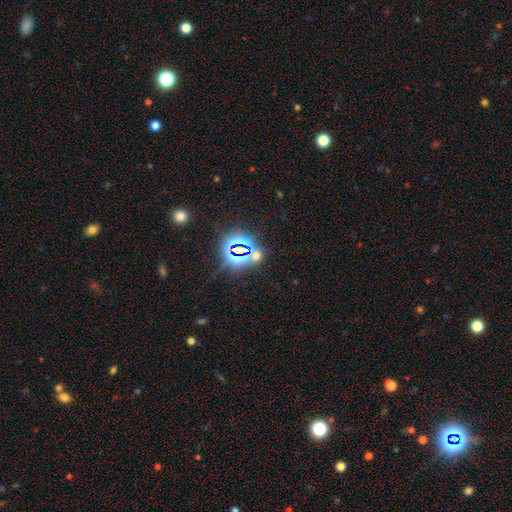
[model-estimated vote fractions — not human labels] Q: Smooth or featured?
A: star or artifact (68%); runner-up: smooth (24%)